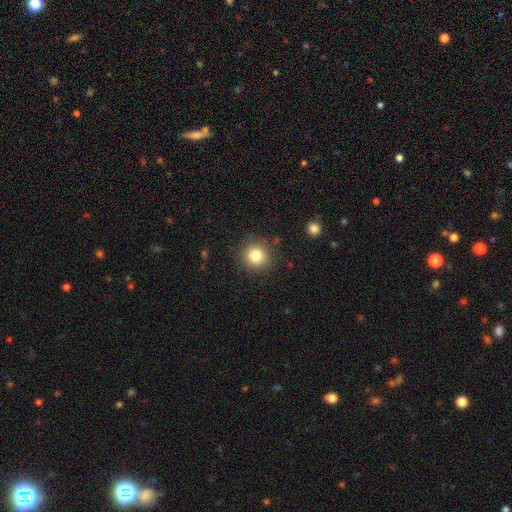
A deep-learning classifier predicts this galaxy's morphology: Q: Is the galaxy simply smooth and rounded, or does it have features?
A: smooth — 81%.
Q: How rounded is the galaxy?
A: round — 92%.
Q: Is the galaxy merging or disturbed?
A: none — 88%.